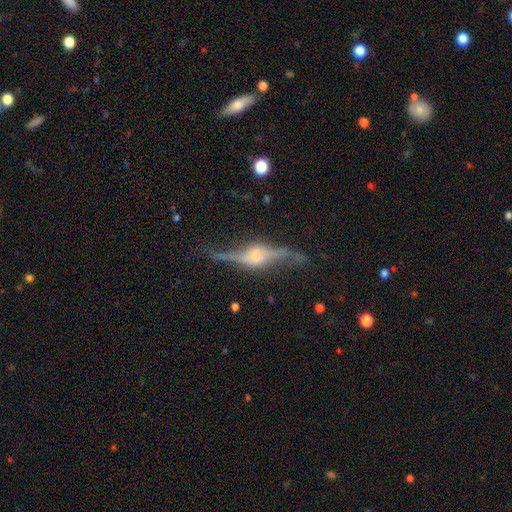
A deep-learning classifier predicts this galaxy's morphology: Smooth or featured?
  - featured or disk: 86% *
  - smooth: 8%
  - star or artifact: 6%
Edge-on disk?
  - yes: 87% *
  - no: 13%
Edge-on bulge?
  - rounded: 82% *
  - boxy: 15%
  - none: 3%
Merging?
  - none: 72% *
  - minor disturbance: 18%
  - major disturbance: 8%
  - merger: 2%